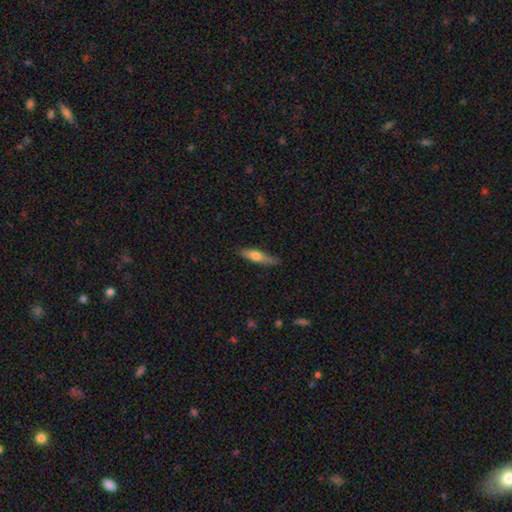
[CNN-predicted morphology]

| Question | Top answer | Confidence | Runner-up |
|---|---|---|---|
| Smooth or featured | smooth | 62% | featured or disk (32%) |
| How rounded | cigar-shaped | 72% | in between (26%) |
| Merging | none | 77% | minor disturbance (18%) |